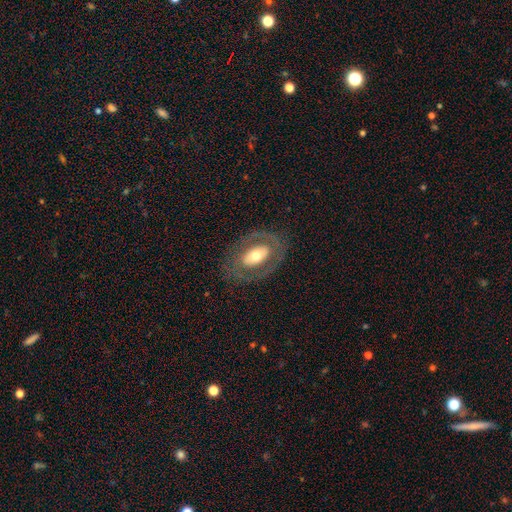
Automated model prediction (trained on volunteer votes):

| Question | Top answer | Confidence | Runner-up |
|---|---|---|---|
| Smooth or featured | featured or disk | 57% | smooth (37%) |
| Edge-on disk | no | 91% | yes (9%) |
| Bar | no | 64% | weak (20%) |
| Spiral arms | no | 76% | yes (24%) |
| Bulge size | moderate | 61% | large (18%) |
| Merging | none | 78% | minor disturbance (12%) |